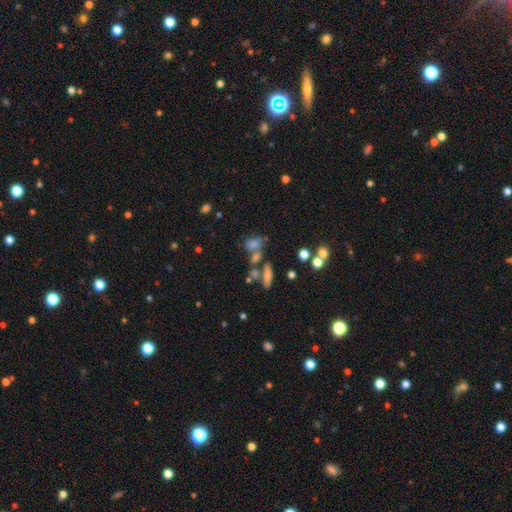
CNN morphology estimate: smooth 42%, star or artifact 31%, featured or disk 27%. Down the decision tree: merging — none (43%).